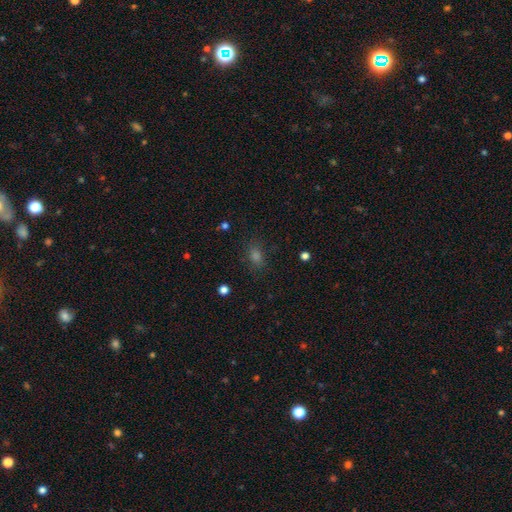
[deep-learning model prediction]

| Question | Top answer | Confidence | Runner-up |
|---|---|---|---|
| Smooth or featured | smooth | 67% | star or artifact (26%) |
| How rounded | in between | 69% | round (28%) |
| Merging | none | 84% | minor disturbance (11%) |